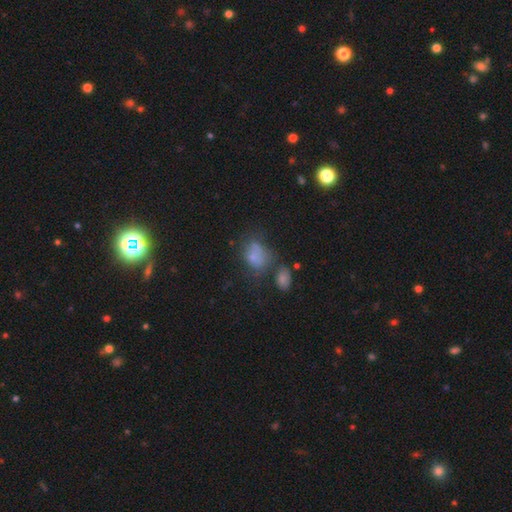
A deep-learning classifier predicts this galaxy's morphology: smooth-or-featured: smooth: 65% | featured or disk: 18% | star or artifact: 17%
  how-rounded: in between: 66% | round: 32% | cigar-shaped: 2%
  merging: none: 31% | merger: 30% | minor disturbance: 21% | major disturbance: 19%